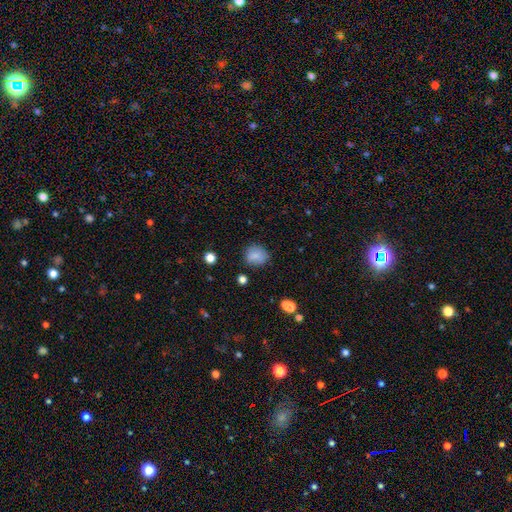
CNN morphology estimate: This is clearly a smooth galaxy (83%). How rounded: likely round (70%). Merging: likely none (76%).